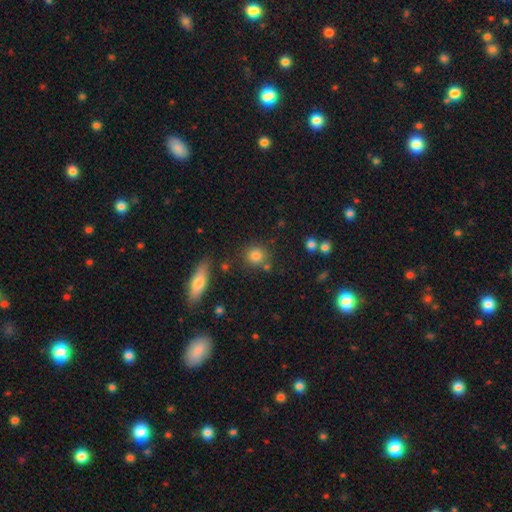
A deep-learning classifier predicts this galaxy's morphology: Overall: smooth (80%). How rounded: round (87%). Merging: none (76%).